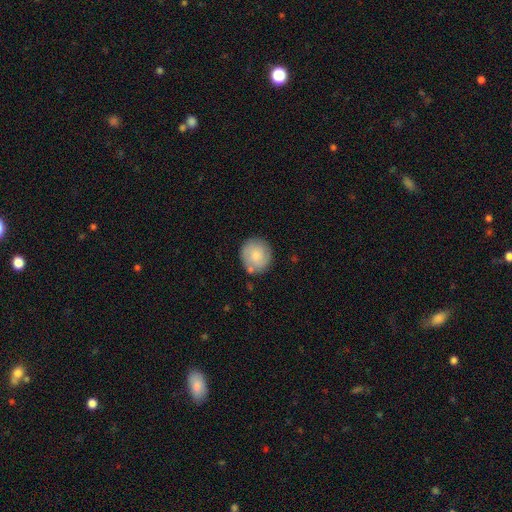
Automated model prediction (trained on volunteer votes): This is likely a smooth galaxy (70%). How rounded: clearly round (88%). Merging: likely none (77%).